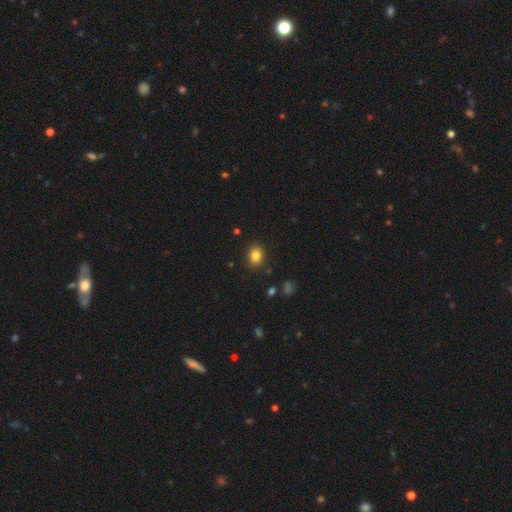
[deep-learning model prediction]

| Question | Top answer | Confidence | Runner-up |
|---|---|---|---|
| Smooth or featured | smooth | 84% | star or artifact (11%) |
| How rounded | in between | 50% | round (49%) |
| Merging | none | 88% | minor disturbance (8%) |